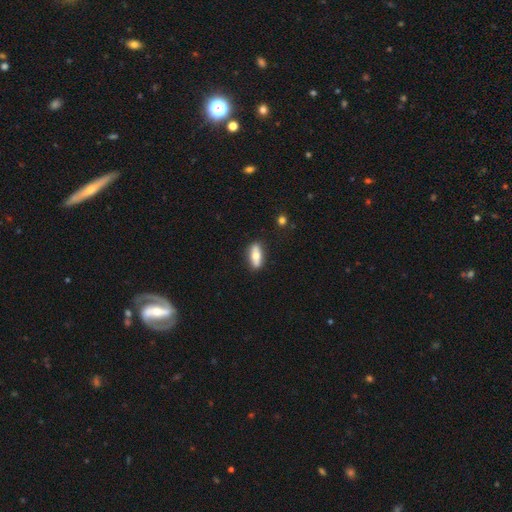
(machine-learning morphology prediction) This appears to be a smooth galaxy with no disk features (56%) that is in between round and cigar-shaped (65%). Merging: none (84%).